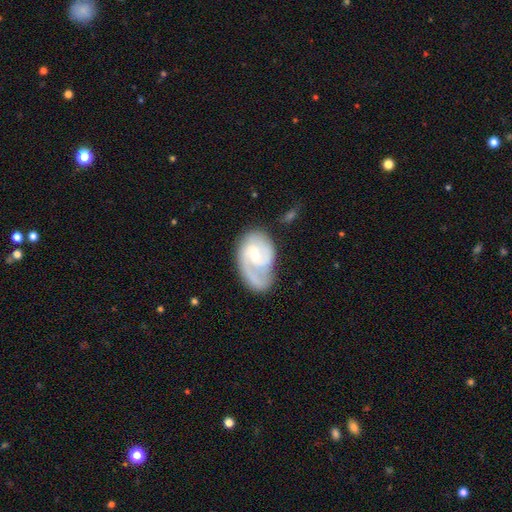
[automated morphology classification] smooth_or_featured: featured or disk (p=0.83) [alt: smooth p=0.12]
disk_edge_on: no (p=0.97) [alt: yes p=0.03]
bar: weak (p=0.53) [alt: no p=0.35]
has_spiral_arms: yes (p=0.96) [alt: no p=0.04]
spiral_winding: medium (p=0.47) [alt: tight p=0.38]
spiral_arm_count: 2 (p=0.66) [alt: 1 p=0.18]
bulge_size: small (p=0.55) [alt: moderate p=0.39]
merging: none (p=0.58) [alt: minor disturbance p=0.25]